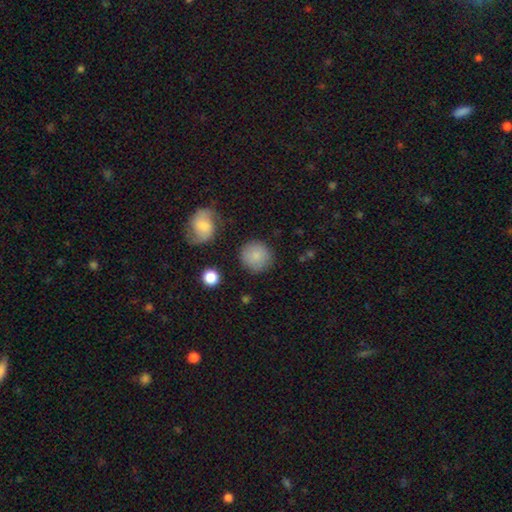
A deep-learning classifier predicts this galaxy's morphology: The model was most divided on "smooth or featured": smooth: 83%, featured or disk: 9%, star or artifact: 7%. More confident: how rounded — round (93%); merging — none (85%).